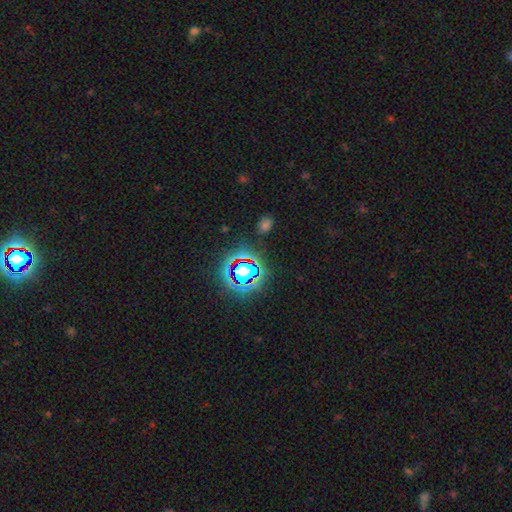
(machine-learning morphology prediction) Smooth or featured? star or artifact (80%)